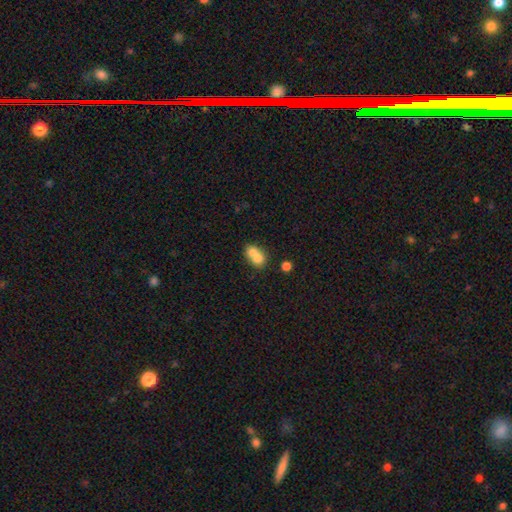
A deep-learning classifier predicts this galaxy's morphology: This is likely a smooth galaxy (71%). How rounded: possibly round (60%). Merging: likely merger (70%).